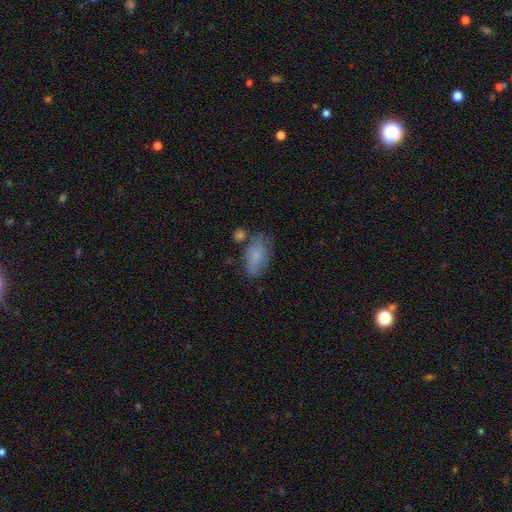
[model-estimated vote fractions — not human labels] Smooth or featured: smooth — 70% (featured or disk — 22%)
How rounded: in between — 90% (round — 7%)
Merging: none — 51% (minor disturbance — 26%)